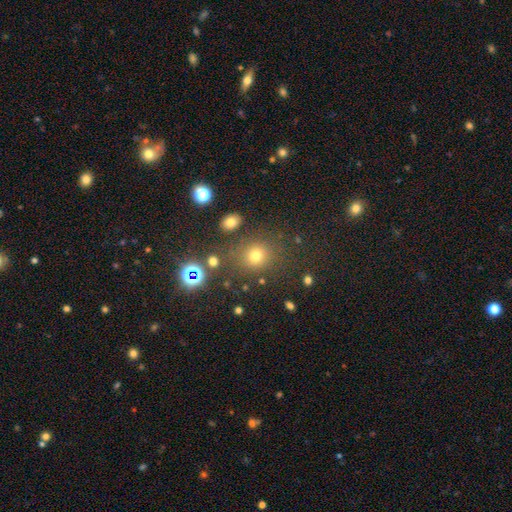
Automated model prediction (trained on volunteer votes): Q: Smooth or featured?
A: smooth (67%); runner-up: star or artifact (24%)
Q: How rounded?
A: round (77%); runner-up: in between (21%)
Q: Merging?
A: none (77%); runner-up: minor disturbance (11%)